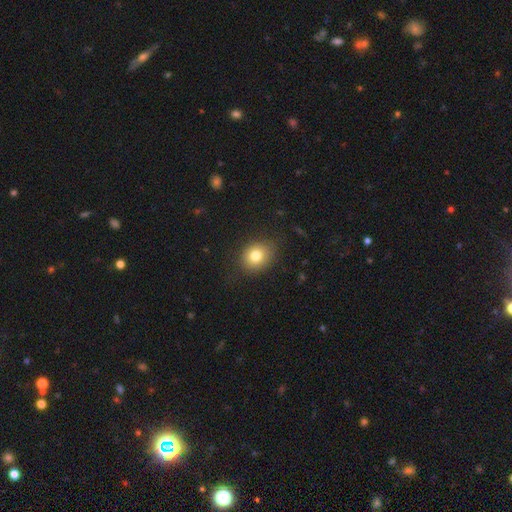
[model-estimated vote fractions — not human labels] Overall: smooth (79%). How rounded: round (57%; in between 42%). Merging: none (83%).